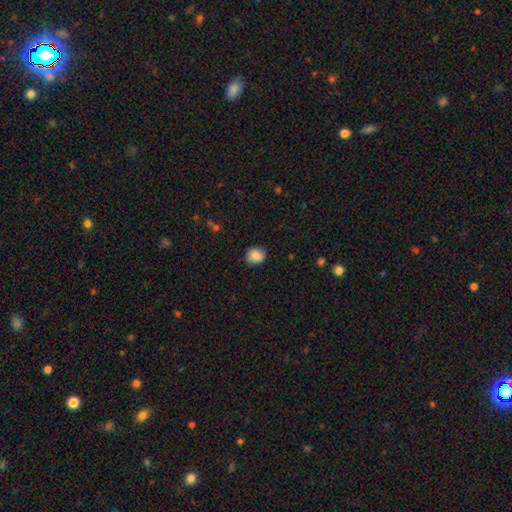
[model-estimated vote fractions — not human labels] smooth 85%, star or artifact 8%, featured or disk 7%. Down the decision tree: how rounded — round (65%); merging — none (86%).